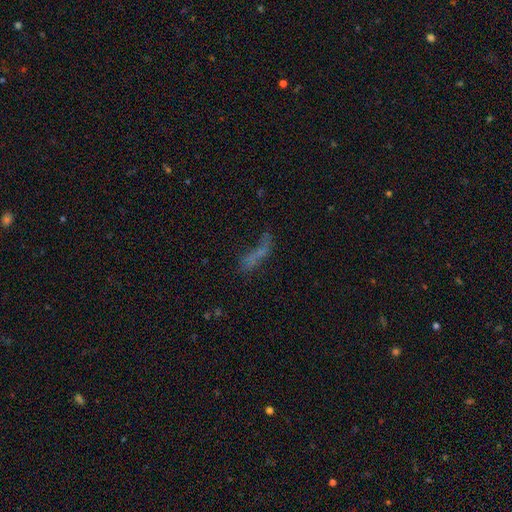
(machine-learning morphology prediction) Smooth or featured? Predicted: smooth (p=0.45). Merging? Predicted: none (p=0.38).